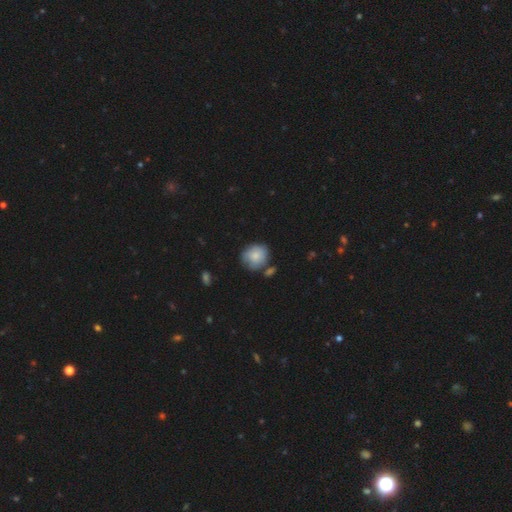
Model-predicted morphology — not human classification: Smooth or featured: smooth — 80% (featured or disk — 13%)
How rounded: round — 78% (in between — 21%)
Merging: none — 64% (minor disturbance — 21%)